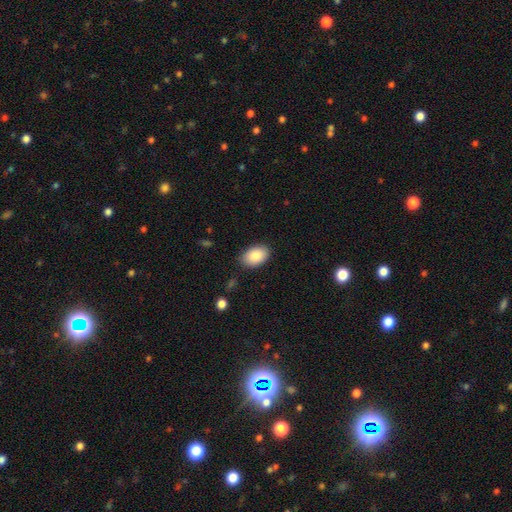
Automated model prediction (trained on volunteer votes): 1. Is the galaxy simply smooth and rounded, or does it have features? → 85% smooth, 8% featured or disk, 7% star or artifact.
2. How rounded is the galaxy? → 89% in between, 10% round, 1% cigar-shaped.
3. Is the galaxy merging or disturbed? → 84% none, 12% minor disturbance, 2% major disturbance, 1% merger.